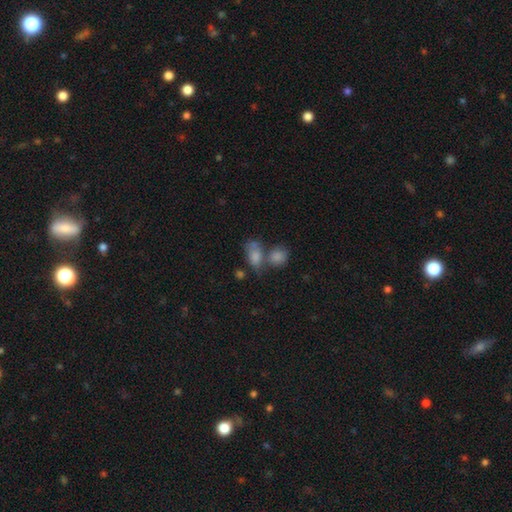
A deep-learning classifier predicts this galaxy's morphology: This appears to be a smooth galaxy with no disk features (76%) that is in between round and cigar-shaped (78%). Merging: merger (47%).